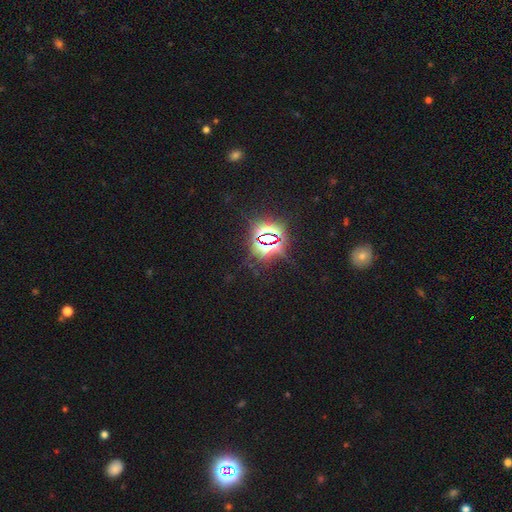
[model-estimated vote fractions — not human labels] smooth_or_featured: star or artifact (p=0.80) [alt: smooth p=0.13]